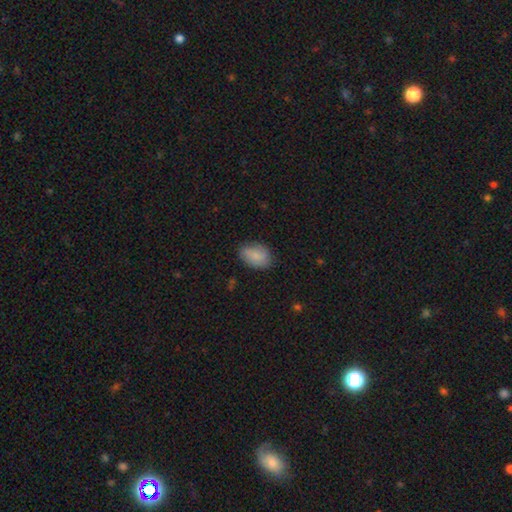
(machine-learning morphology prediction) smooth 82%, featured or disk 11%, star or artifact 7%. Down the decision tree: how rounded — in between (81%); merging — none (76%).